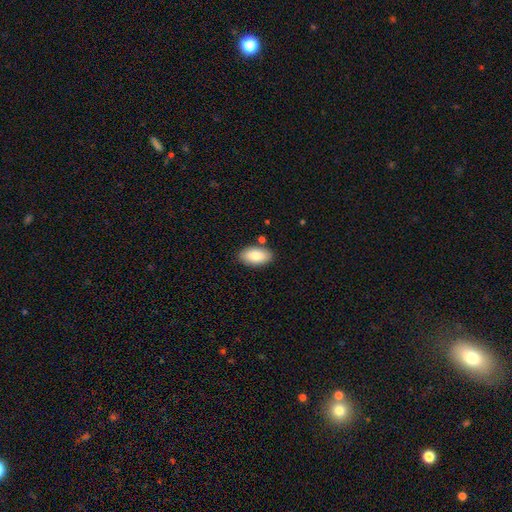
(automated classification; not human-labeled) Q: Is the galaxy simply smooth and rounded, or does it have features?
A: smooth — 84%.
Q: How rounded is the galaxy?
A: in between — 94%.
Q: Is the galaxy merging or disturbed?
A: none — 83%.